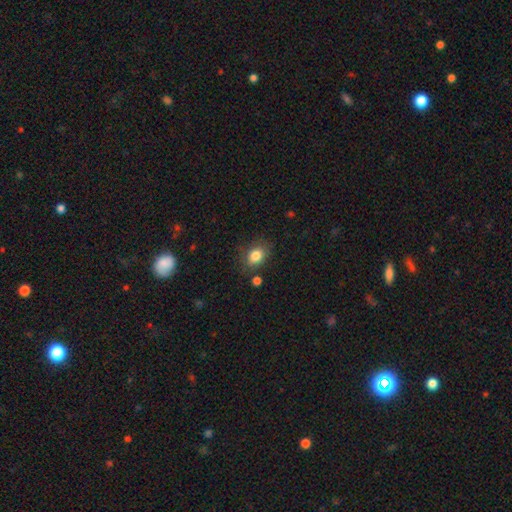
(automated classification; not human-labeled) Smooth or featured? Predicted: smooth (p=0.83). How rounded? Predicted: in between (p=0.67). Merging? Predicted: none (p=0.77).